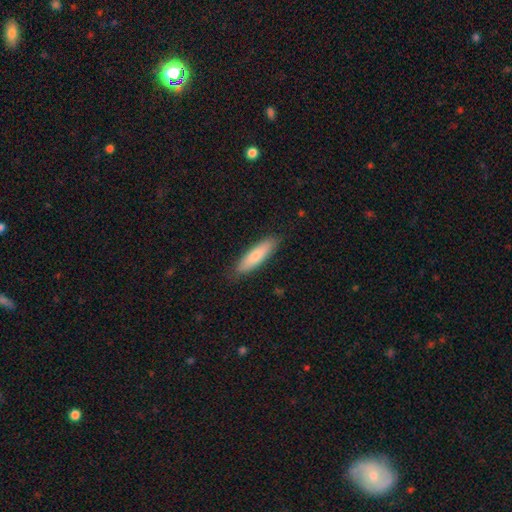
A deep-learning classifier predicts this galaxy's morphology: The model was most divided on "how rounded": cigar-shaped: 68%, in between: 31%, round: 1%. More confident: merging — none (86%); smooth or featured — smooth (78%).